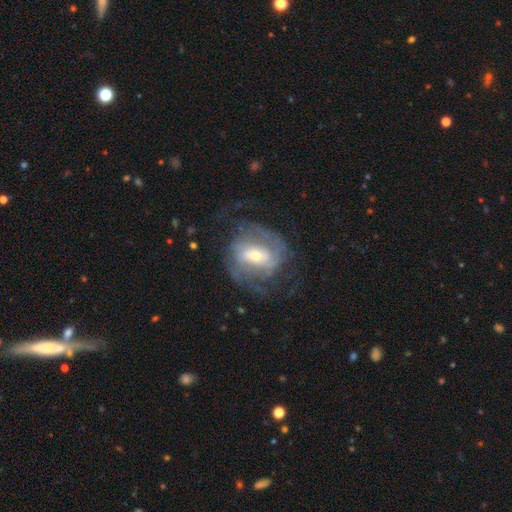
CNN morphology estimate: A featured or disk galaxy (83%) with a weak bar (45%), 2 (49%) medium (42%) spiral arms (91%) and a small central bulge (47%).

Vote fractions:
- Smooth or featured? featured or disk: 83% / smooth: 11% / star or artifact: 6%
- Edge-on disk? no: 97% / yes: 3%
- Bar? weak: 45% / no: 30% / strong: 26%
- Spiral arms? yes: 91% / no: 9%
- Spiral winding? medium: 42% / tight: 41% / loose: 17%
- Spiral arm count? 2: 49% / can't tell: 26% / 3: 12% / 4: 5% / 1: 5% / more than 4: 4%
- Bulge size? small: 47% / moderate: 45% / large: 6% / none: 1% / dominant: 1%
- Merging? none: 62% / major disturbance: 19% / minor disturbance: 18% / merger: 1%